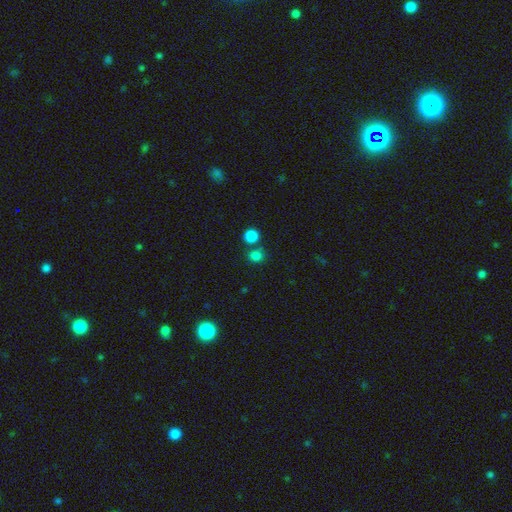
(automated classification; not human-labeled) smooth_or_featured: smooth (p=0.80) [alt: star or artifact p=0.14]
how_rounded: round (p=0.78) [alt: in between p=0.21]
merging: none (p=0.63) [alt: merger p=0.25]